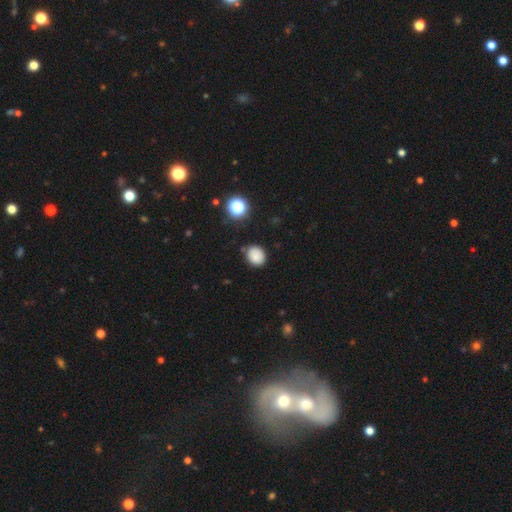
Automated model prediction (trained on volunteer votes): A smooth galaxy with no disk features (83%) that is round (60%). Merging: none (78%).